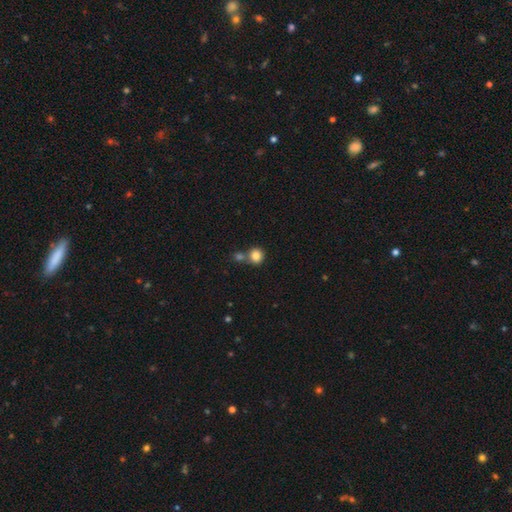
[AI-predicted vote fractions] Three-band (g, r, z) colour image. It shows a smooth galaxy with no disk features (84%) that is round (88%). Merging: none (57%).